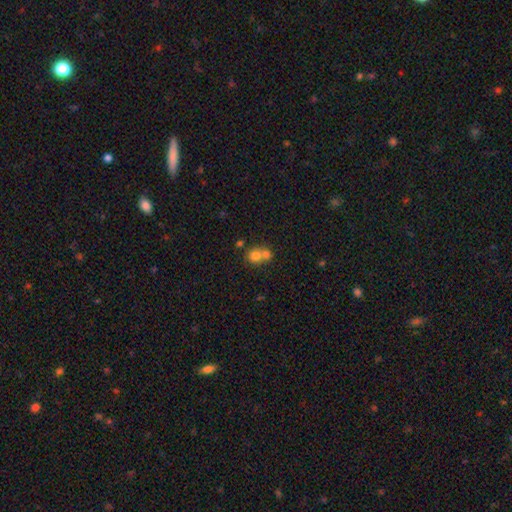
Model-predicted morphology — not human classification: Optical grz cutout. It shows a smooth galaxy with no disk features (75%) that is round (81%). Merging: merger (60%).